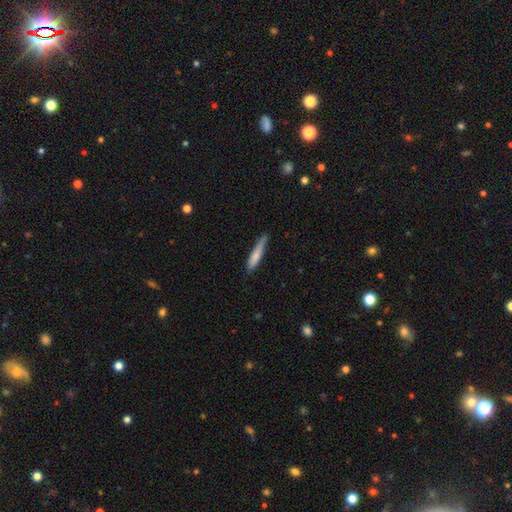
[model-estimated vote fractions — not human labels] This appears to be a smooth galaxy with no disk features (74%) that is cigar-shaped (89%). Merging: none (69%).